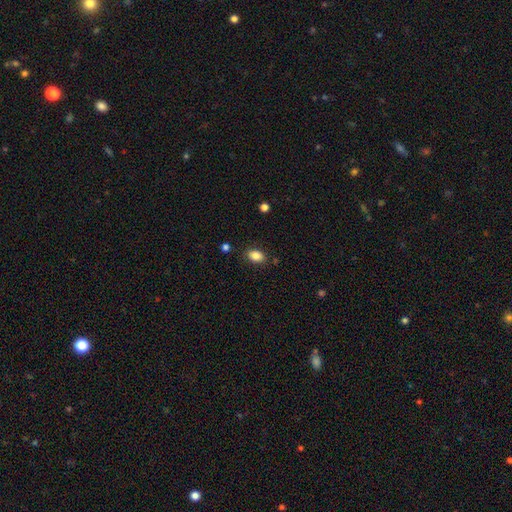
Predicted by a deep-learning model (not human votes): A smooth galaxy with no disk features (85%) that is in between round and cigar-shaped (82%).

Vote fractions:
- Smooth or featured? smooth: 85% / star or artifact: 9% / featured or disk: 6%
- How rounded? in between: 82% / round: 17% / cigar-shaped: 1%
- Merging? none: 84% / minor disturbance: 11% / major disturbance: 3% / merger: 2%